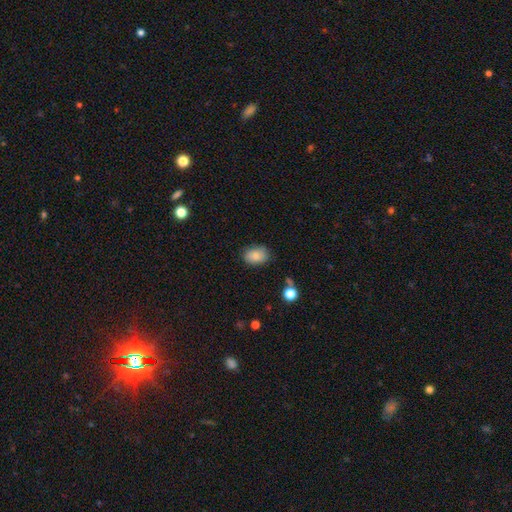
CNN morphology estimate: Overall: smooth (84%). How rounded: in between (77%). Merging: none (77%).